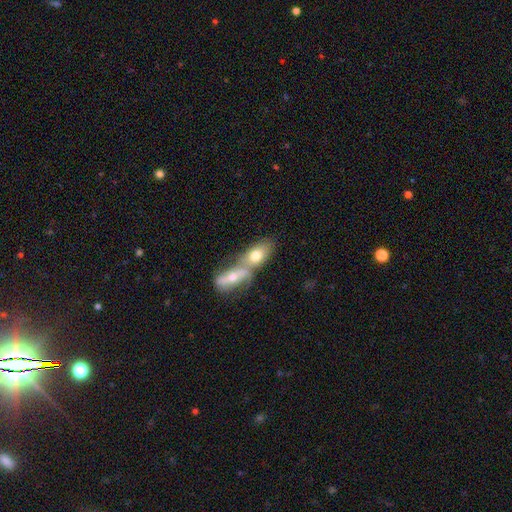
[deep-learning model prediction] Morphology: type=smooth (68%); roundness=in between (83%); merging=merger (63%).